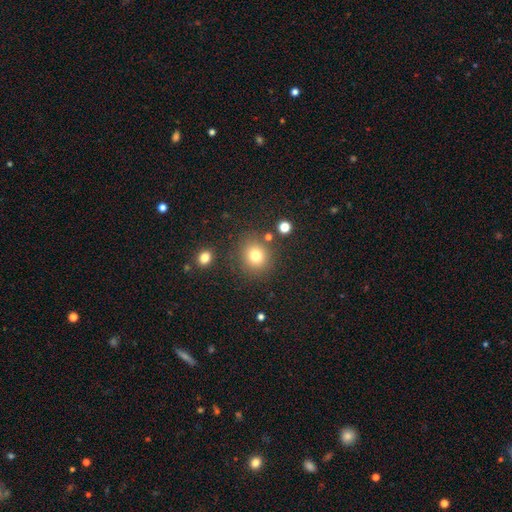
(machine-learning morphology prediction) smooth 78%, star or artifact 14%, featured or disk 8%. Down the decision tree: how rounded — round (85%); merging — none (82%).